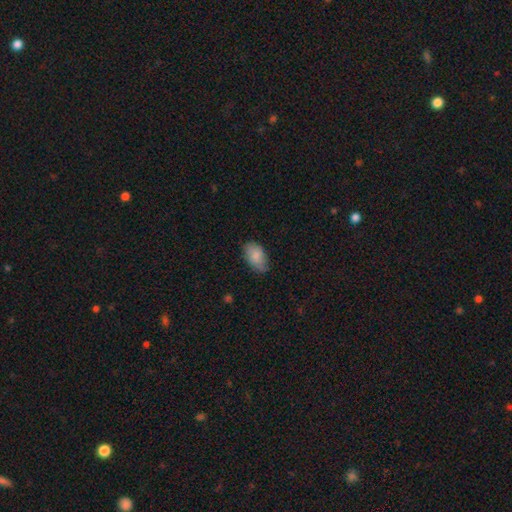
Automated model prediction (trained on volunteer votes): Smooth or featured? smooth (84%)
How rounded? in between (92%)
Merging? none (67%)